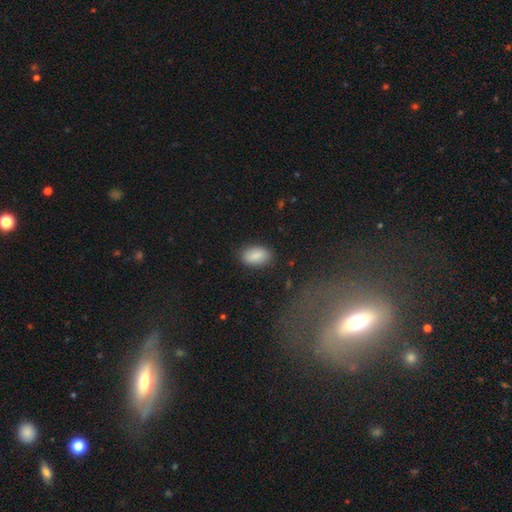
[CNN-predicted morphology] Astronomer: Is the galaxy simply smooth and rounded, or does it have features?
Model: smooth — 86%.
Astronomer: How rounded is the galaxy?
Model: in between — 92%.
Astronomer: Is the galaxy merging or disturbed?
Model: none — 85%.